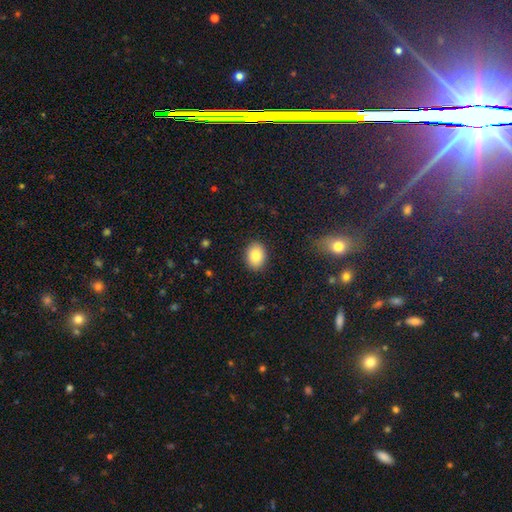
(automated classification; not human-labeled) A smooth galaxy with no disk features (86%) that is in between round and cigar-shaped (66%).

Vote fractions:
- Smooth or featured? smooth: 86% / star or artifact: 8% / featured or disk: 6%
- How rounded? in between: 66% / round: 33% / cigar-shaped: 1%
- Merging? none: 89% / minor disturbance: 8% / major disturbance: 2% / merger: 1%